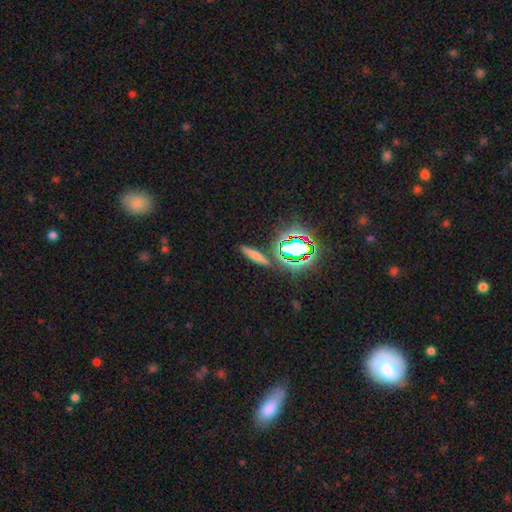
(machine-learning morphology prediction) This appears to be a smooth galaxy with no disk features (61%) that is cigar-shaped (76%). Merging: none (83%).